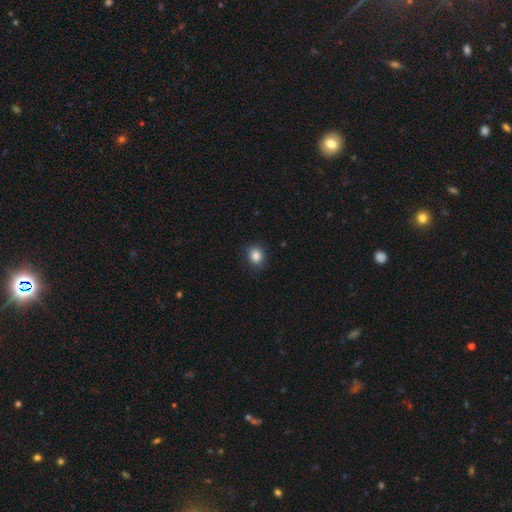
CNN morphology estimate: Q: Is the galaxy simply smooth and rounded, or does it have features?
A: smooth — 85%.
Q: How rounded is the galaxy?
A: round — 68%.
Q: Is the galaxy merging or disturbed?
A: none — 82%.